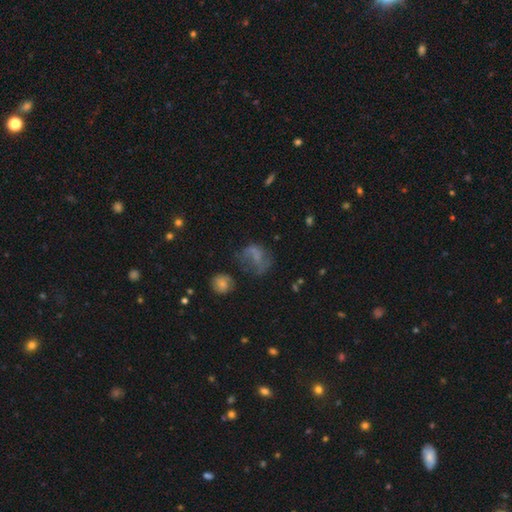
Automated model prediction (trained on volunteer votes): smooth_or_featured: smooth (p=0.46) [alt: featured or disk p=0.32]
merging: none (p=0.36) [tied with: major disturbance p=0.36]